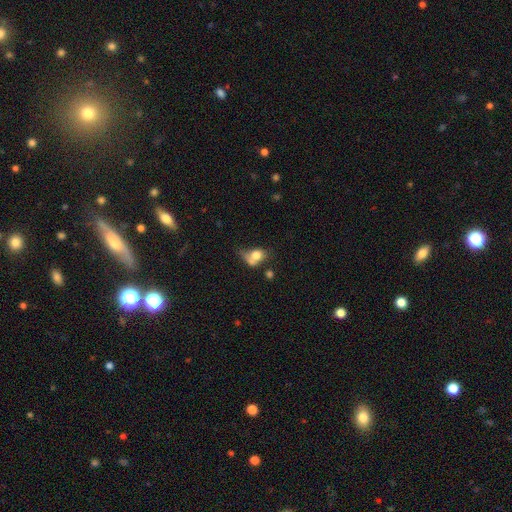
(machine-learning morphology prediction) Smooth or featured? smooth (71%)
How rounded? in between (54%)
Merging? merger (35%)